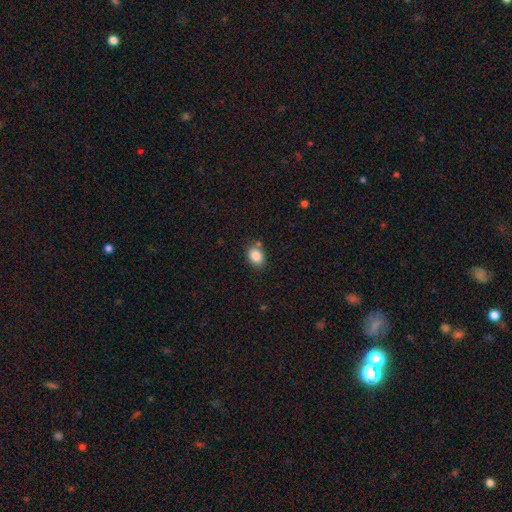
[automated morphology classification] Q: Smooth or featured?
A: smooth (86%); runner-up: star or artifact (9%)
Q: How rounded?
A: in between (62%); runner-up: round (37%)
Q: Merging?
A: none (76%); runner-up: minor disturbance (14%)